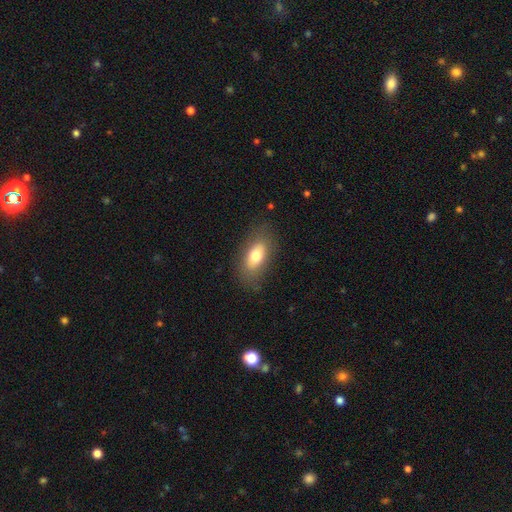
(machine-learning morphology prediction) The model was most divided on "smooth or featured": smooth: 72%, featured or disk: 21%, star or artifact: 7%. More confident: how rounded — in between (84%); merging — none (79%).